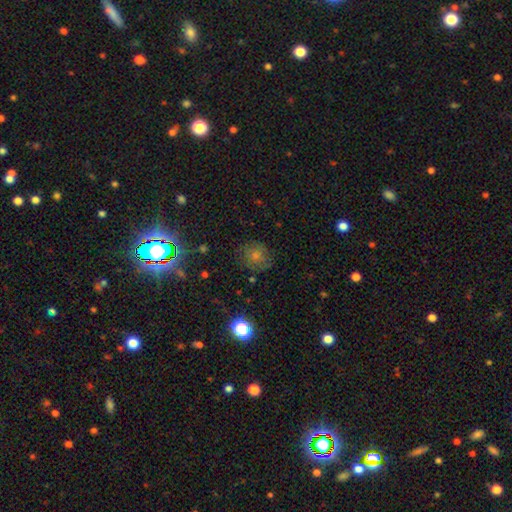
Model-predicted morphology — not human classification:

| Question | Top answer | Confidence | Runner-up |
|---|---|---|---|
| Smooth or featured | smooth | 48% | star or artifact (37%) |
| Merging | none | 80% | minor disturbance (13%) |